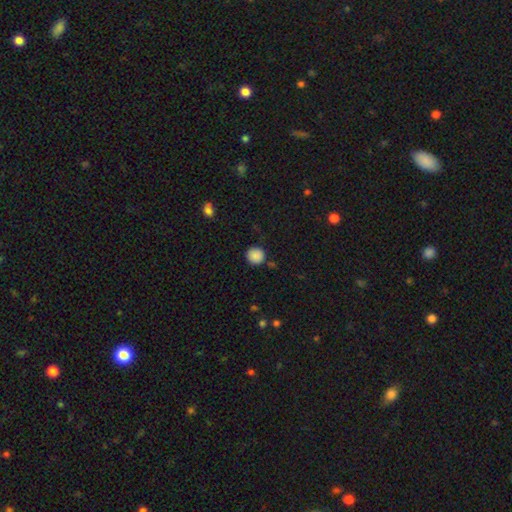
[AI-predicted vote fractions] Q: Smooth or featured?
A: smooth (87%); runner-up: star or artifact (9%)
Q: How rounded?
A: round (93%); runner-up: in between (6%)
Q: Merging?
A: none (86%); runner-up: minor disturbance (9%)